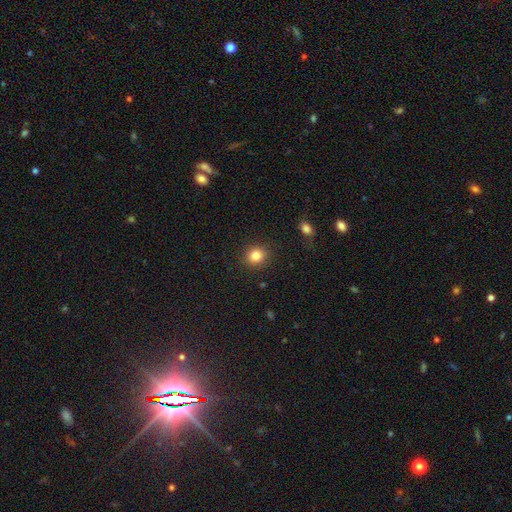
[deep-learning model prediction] This is clearly a smooth galaxy (83%). How rounded: clearly round (81%). Merging: clearly none (90%).